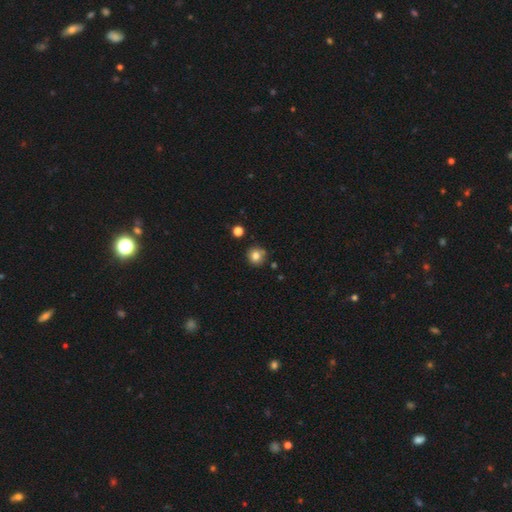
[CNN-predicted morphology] smooth 81%, star or artifact 11%, featured or disk 7%. Down the decision tree: how rounded — round (93%); merging — none (83%).